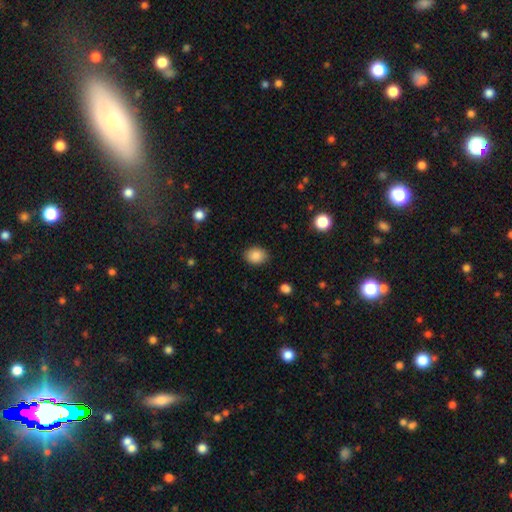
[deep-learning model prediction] Smooth or featured?
  - smooth: 87% *
  - star or artifact: 8%
  - featured or disk: 4%
How rounded?
  - in between: 62% *
  - round: 37%
  - cigar-shaped: 1%
Merging?
  - none: 86% *
  - minor disturbance: 10%
  - major disturbance: 3%
  - merger: 1%